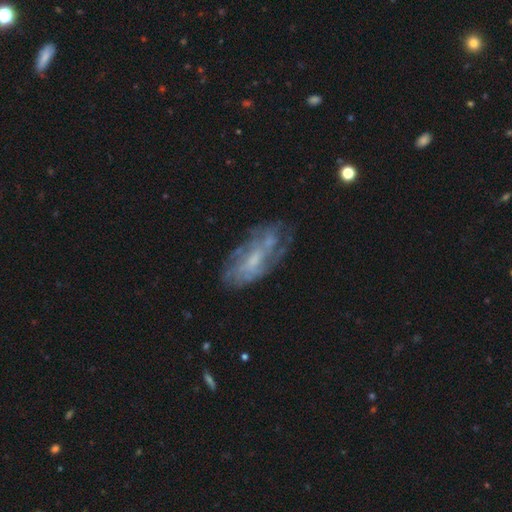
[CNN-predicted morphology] Smooth or featured: featured or disk — 64% (smooth — 24%)
Edge-on disk: no — 88% (yes — 12%)
Bar: no — 56% (weak — 35%)
Spiral arms: yes — 65% (no — 35%)
Bulge size: small — 57% (moderate — 26%)
Merging: none — 68% (minor disturbance — 19%)